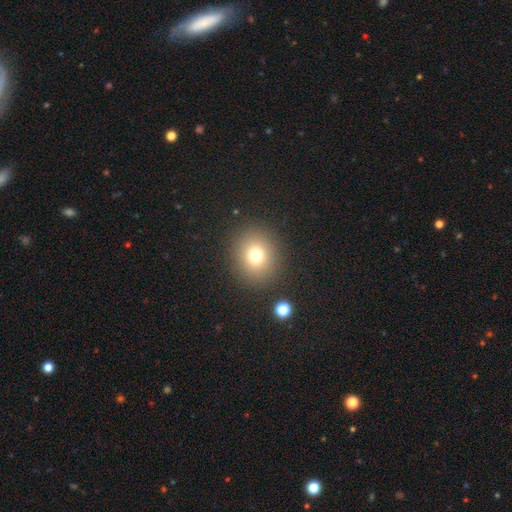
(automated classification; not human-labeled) Smooth or featured?
  - smooth: 74% *
  - star or artifact: 16%
  - featured or disk: 10%
How rounded?
  - round: 80% *
  - in between: 20%
  - cigar-shaped: 1%
Merging?
  - none: 87% *
  - minor disturbance: 7%
  - major disturbance: 3%
  - merger: 2%